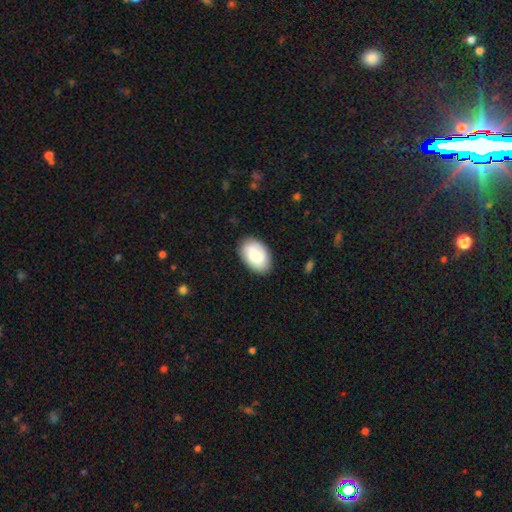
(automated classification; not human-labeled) Q: Smooth or featured?
A: smooth (77%); runner-up: featured or disk (16%)
Q: How rounded?
A: in between (89%); runner-up: round (10%)
Q: Merging?
A: none (84%); runner-up: minor disturbance (12%)